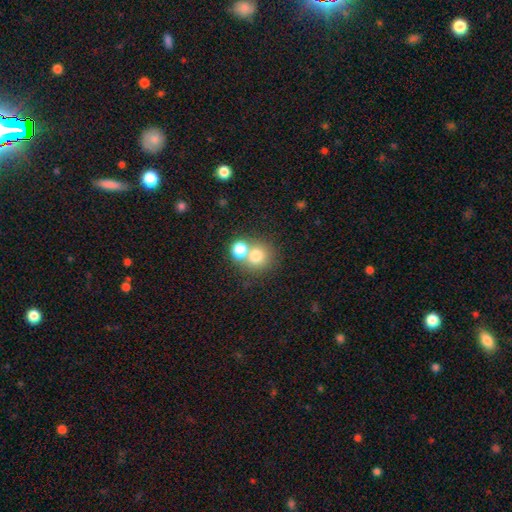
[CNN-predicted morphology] This appears to be a smooth galaxy with no disk features (75%) that is round (88%). Merging: none (46%).